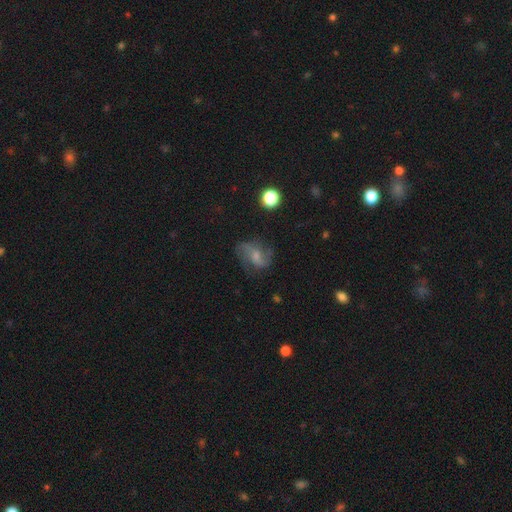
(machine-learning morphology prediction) The model was most divided on "bar": no: 51%, weak: 39%, strong: 10%. More confident: edge-on disk — no (97%); spiral arms — yes (82%); smooth or featured — featured or disk (60%); merging — none (54%); bulge size — small (50%).